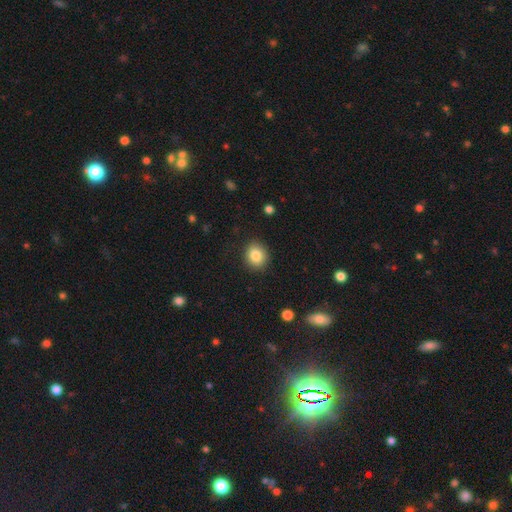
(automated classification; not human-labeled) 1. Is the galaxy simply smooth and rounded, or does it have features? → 83% smooth, 9% star or artifact, 7% featured or disk.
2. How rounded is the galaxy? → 74% round, 25% in between, 1% cigar-shaped.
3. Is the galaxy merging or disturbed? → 89% none, 8% minor disturbance, 2% major disturbance, 1% merger.